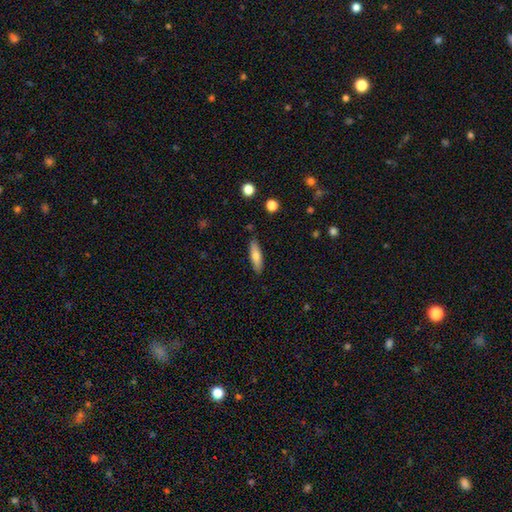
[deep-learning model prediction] A smooth galaxy with no disk features (72%) that is cigar-shaped (62%). Merging: none (85%).